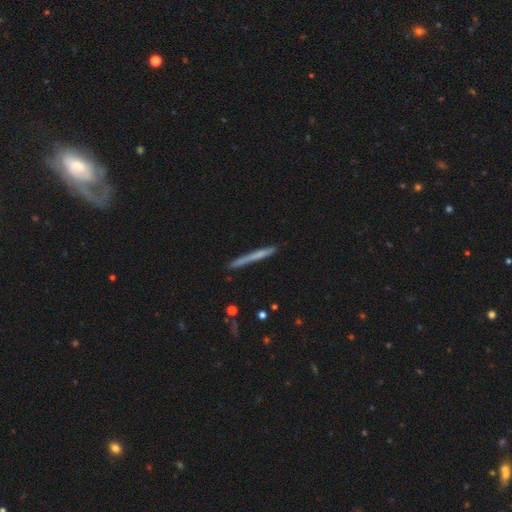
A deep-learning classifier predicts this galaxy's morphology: This is possibly a smooth galaxy (56%). How rounded: clearly cigar-shaped (97%). Merging: clearly none (86%).